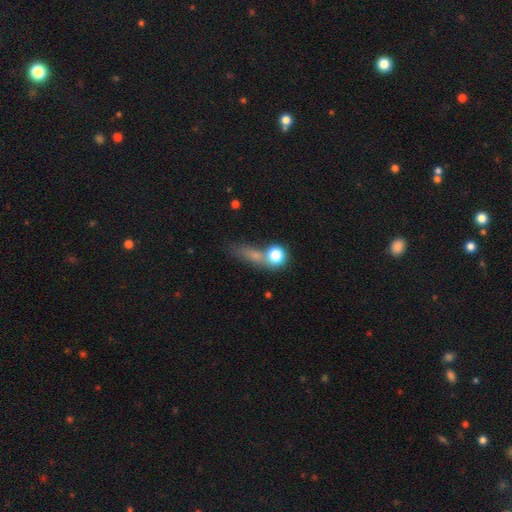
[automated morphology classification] smooth-or-featured: smooth: 64% | star or artifact: 19% | featured or disk: 17%
  how-rounded: round: 42% | in between: 30% | cigar-shaped: 28%
  merging: none: 46% | merger: 25% | minor disturbance: 15% | major disturbance: 14%